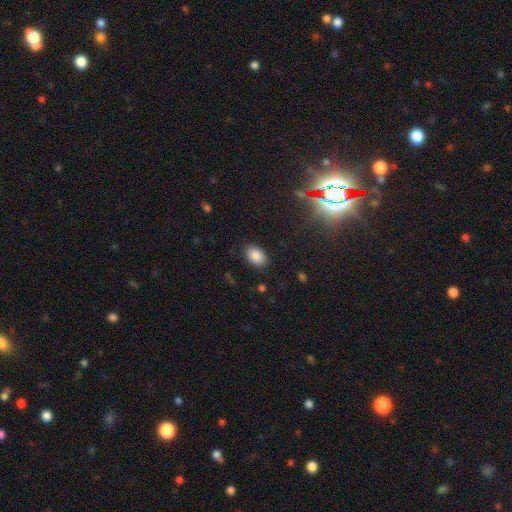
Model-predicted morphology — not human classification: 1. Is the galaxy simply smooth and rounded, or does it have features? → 85% smooth, 10% star or artifact, 5% featured or disk.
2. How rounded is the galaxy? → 87% in between, 12% round, 1% cigar-shaped.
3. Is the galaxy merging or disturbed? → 87% none, 9% minor disturbance, 3% major disturbance, 1% merger.